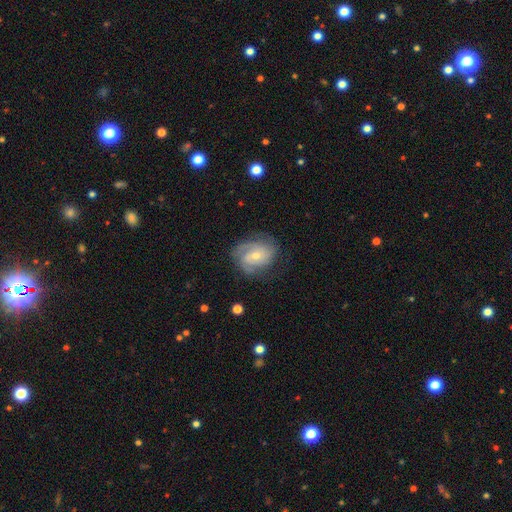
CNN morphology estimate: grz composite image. It shows a featured or disk galaxy (76%) with no bar (67%), tight (52%) spiral arms (91%) and a small central bulge (58%). Merging: none (67%).